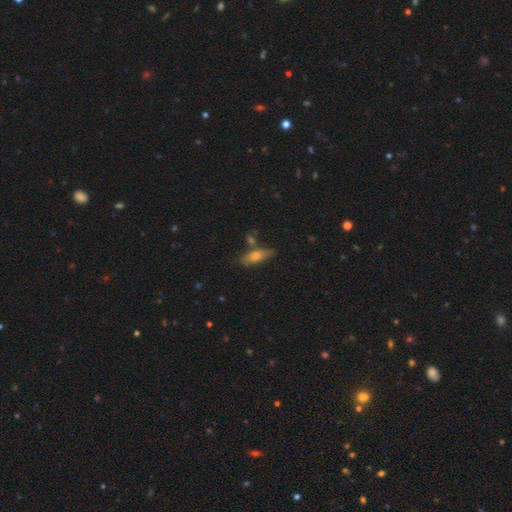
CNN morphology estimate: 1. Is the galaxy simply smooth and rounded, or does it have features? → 70% smooth, 22% featured or disk, 8% star or artifact.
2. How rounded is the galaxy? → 60% in between, 37% cigar-shaped, 3% round.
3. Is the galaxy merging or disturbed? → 63% none, 19% minor disturbance, 12% merger, 6% major disturbance.